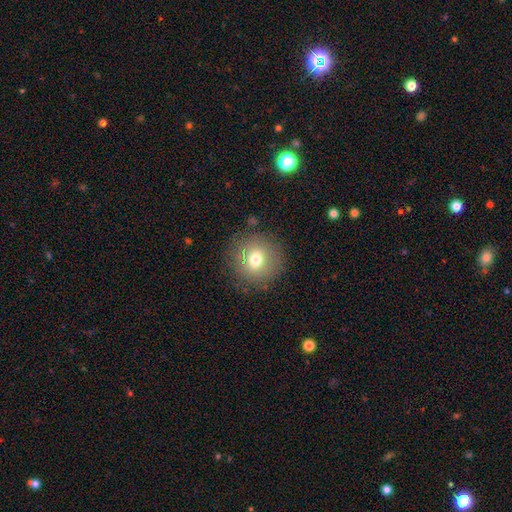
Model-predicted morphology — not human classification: Overall: smooth (57%; star or artifact 24%). How rounded: round (95%). Merging: none (89%).